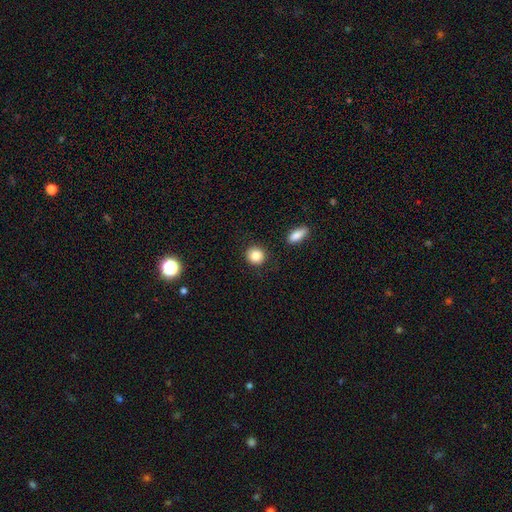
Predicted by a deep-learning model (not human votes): This appears to be a smooth galaxy with no disk features (85%) that is round (86%). Merging: none (88%).